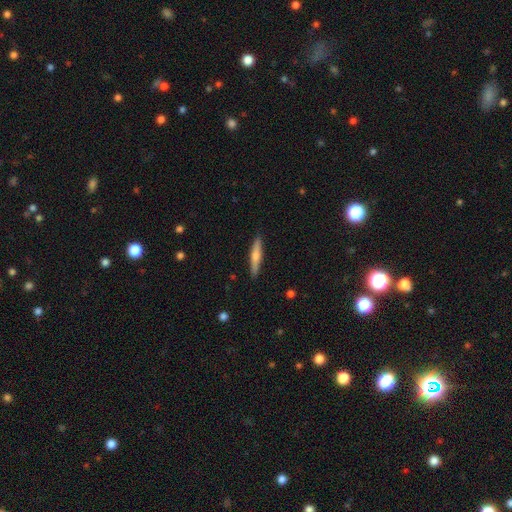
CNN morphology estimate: A smooth galaxy with no disk features (53%) that is cigar-shaped (88%). Merging: none (89%).